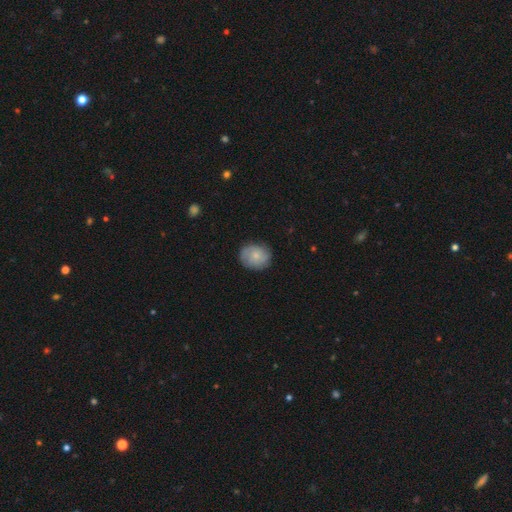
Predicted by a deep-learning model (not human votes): Q: Smooth or featured?
A: smooth (60%); runner-up: featured or disk (33%)
Q: How rounded?
A: round (71%); runner-up: in between (28%)
Q: Merging?
A: none (79%); runner-up: minor disturbance (16%)